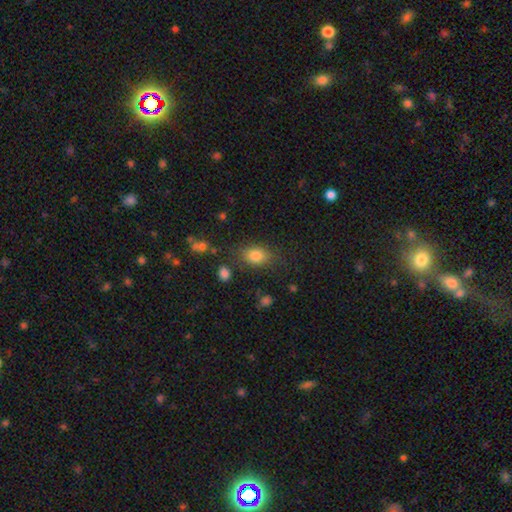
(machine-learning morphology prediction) smooth_or_featured: smooth (p=0.81) [alt: star or artifact p=0.11]
how_rounded: in between (p=0.72) [alt: round p=0.26]
merging: none (p=0.75) [alt: minor disturbance p=0.16]